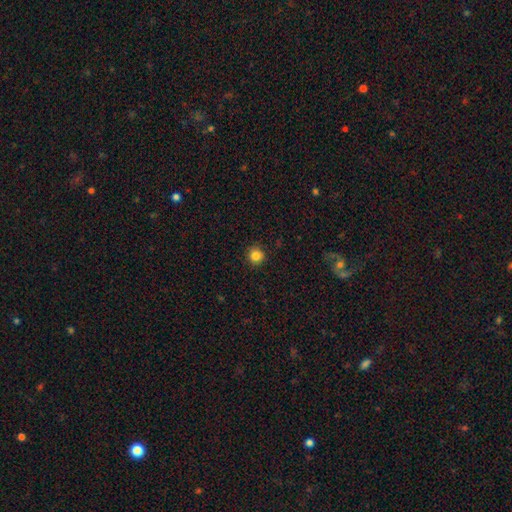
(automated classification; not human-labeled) This appears to be a smooth galaxy with no disk features (84%) that is round (94%). Merging: none (91%).